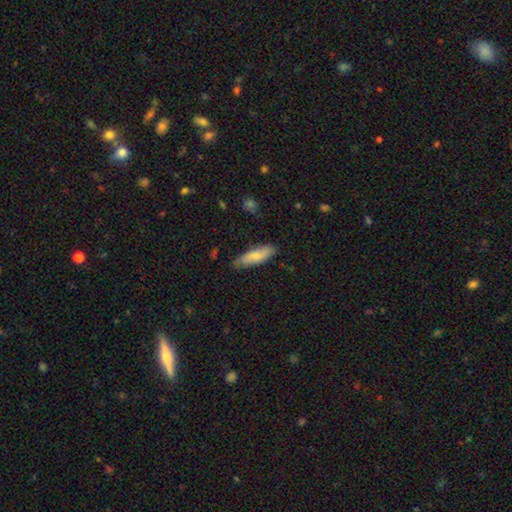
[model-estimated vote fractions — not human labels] The model was most divided on "how rounded": cigar-shaped: 52%, in between: 46%, round: 2%. More confident: merging — none (77%); smooth or featured — smooth (77%).